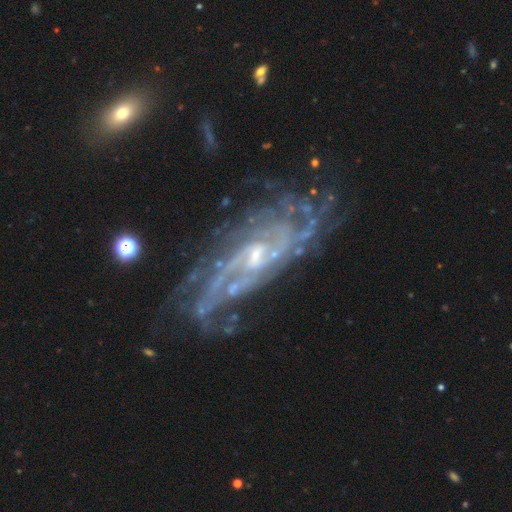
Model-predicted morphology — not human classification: This appears to be a featured or disk galaxy (90%) with no bar (47%), tight (61%) spiral arms (96%) and a small central bulge (58%). Merging: none (68%).